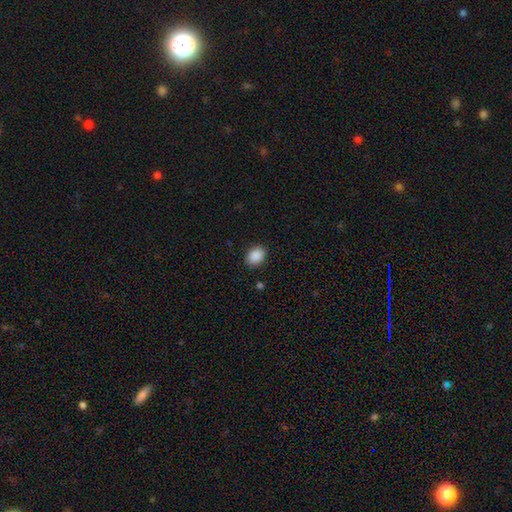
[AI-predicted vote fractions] smooth 89%, star or artifact 8%, featured or disk 3%. Down the decision tree: how rounded — in between (69%); merging — none (88%).